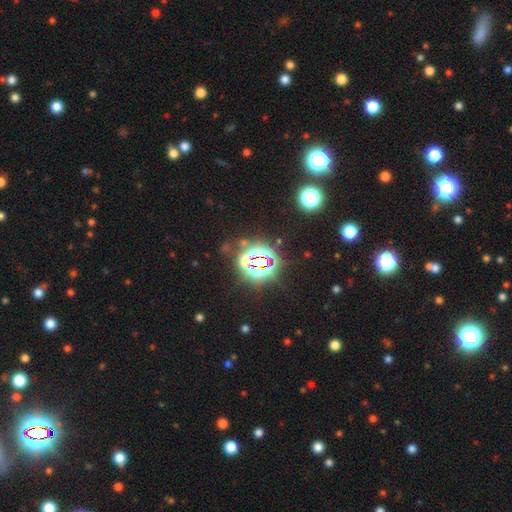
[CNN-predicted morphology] smooth_or_featured: star or artifact (p=0.78) [alt: smooth p=0.13]